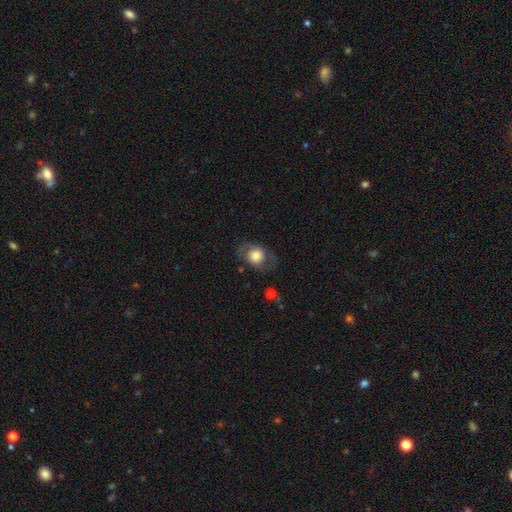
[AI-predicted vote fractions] A smooth galaxy with no disk features (62%) that is round (59%). Merging: none (67%).